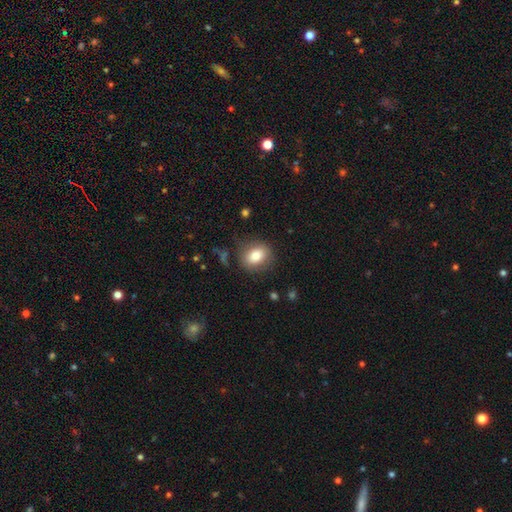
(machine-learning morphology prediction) Smooth or featured? Predicted: smooth (p=0.80). How rounded? Predicted: round (p=0.52). Merging? Predicted: none (p=0.79).